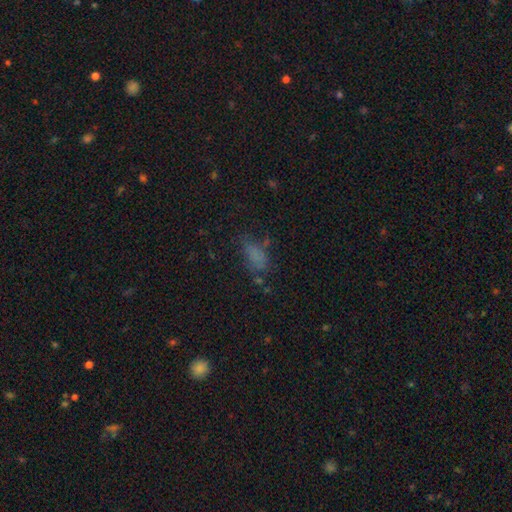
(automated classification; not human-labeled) This is likely a smooth galaxy (68%). How rounded: likely in between (78%). Merging: possibly none (54%).